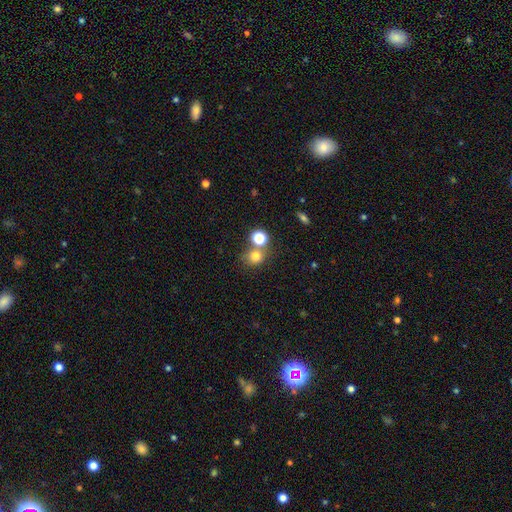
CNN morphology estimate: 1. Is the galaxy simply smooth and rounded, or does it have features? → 75% smooth, 16% star or artifact, 9% featured or disk.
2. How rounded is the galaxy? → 79% round, 20% in between, 1% cigar-shaped.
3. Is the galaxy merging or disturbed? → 58% none, 28% merger, 10% minor disturbance, 4% major disturbance.